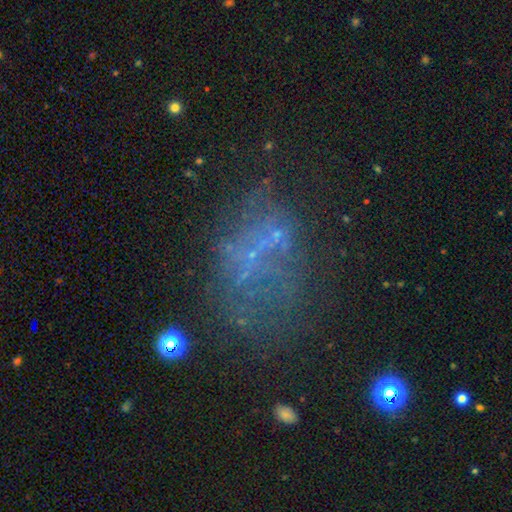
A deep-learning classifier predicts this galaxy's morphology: Smooth or featured?
  - featured or disk: 42% *
  - star or artifact: 33%
  - smooth: 25%
Merging?
  - none: 50% *
  - major disturbance: 26%
  - minor disturbance: 17%
  - merger: 8%